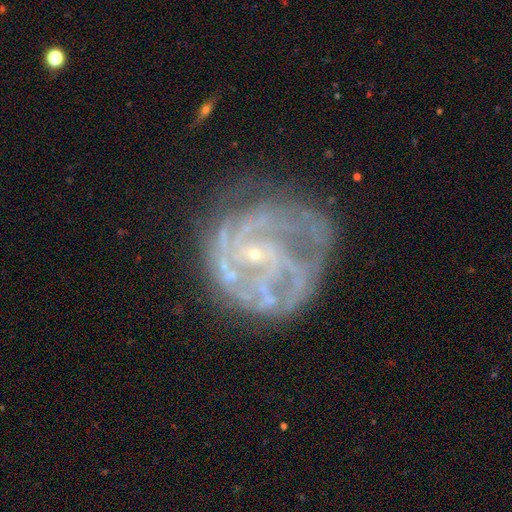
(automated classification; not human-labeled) A featured or disk galaxy (82%) with no bar (65%), tight (55%) spiral arms (88%) and a small central bulge (82%). Merging: none (59%).